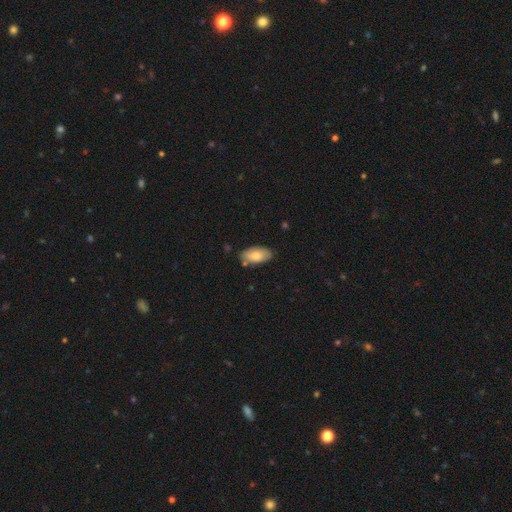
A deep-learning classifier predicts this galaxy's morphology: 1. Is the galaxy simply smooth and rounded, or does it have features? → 73% smooth, 21% featured or disk, 6% star or artifact.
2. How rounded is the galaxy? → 94% in between, 3% cigar-shaped, 3% round.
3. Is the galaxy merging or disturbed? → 78% none, 16% minor disturbance, 3% merger, 3% major disturbance.